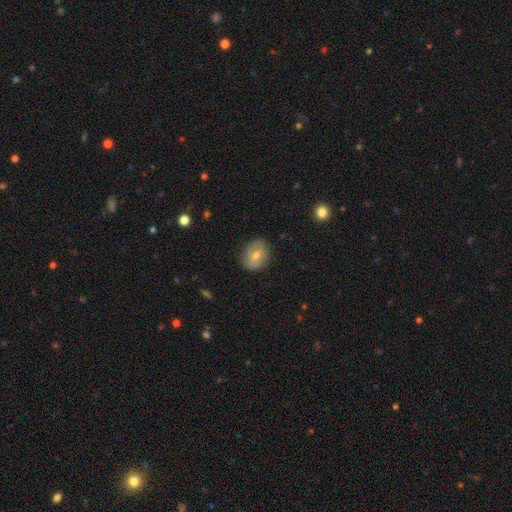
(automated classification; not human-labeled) Smooth or featured? Predicted: smooth (p=0.55). How rounded? Predicted: round (p=0.50). Merging? Predicted: none (p=0.82).